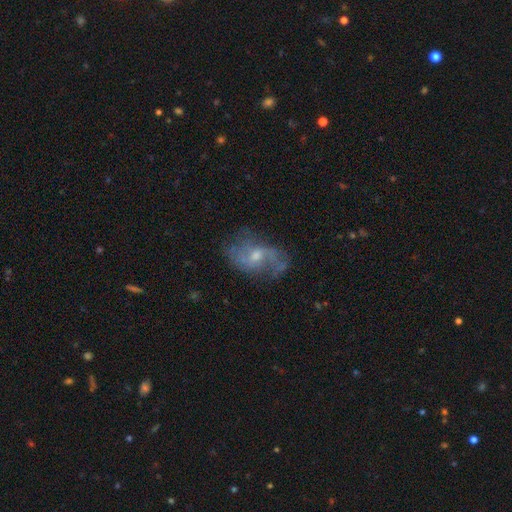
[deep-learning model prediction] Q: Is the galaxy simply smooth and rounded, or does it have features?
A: featured or disk — 74%.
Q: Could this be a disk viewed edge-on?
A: no — 96%.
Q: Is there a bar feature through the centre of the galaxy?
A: no — 49%.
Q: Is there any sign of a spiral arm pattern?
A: yes — 84%.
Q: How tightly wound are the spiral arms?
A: loose — 56%.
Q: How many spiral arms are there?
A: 2 — 71%.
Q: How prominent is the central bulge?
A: moderate — 46%, tied with small.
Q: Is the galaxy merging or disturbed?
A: none — 62%.